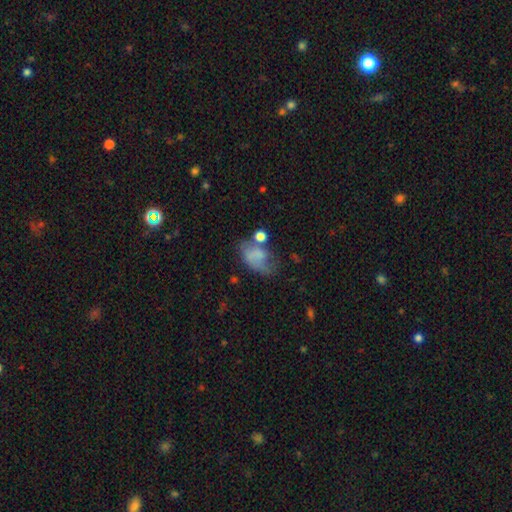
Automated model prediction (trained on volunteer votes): Smooth or featured?
  - smooth: 59% *
  - featured or disk: 28%
  - star or artifact: 13%
How rounded?
  - in between: 81% *
  - round: 18%
  - cigar-shaped: 2%
Merging?
  - major disturbance: 30% *
  - none: 29%
  - minor disturbance: 27%
  - merger: 15%